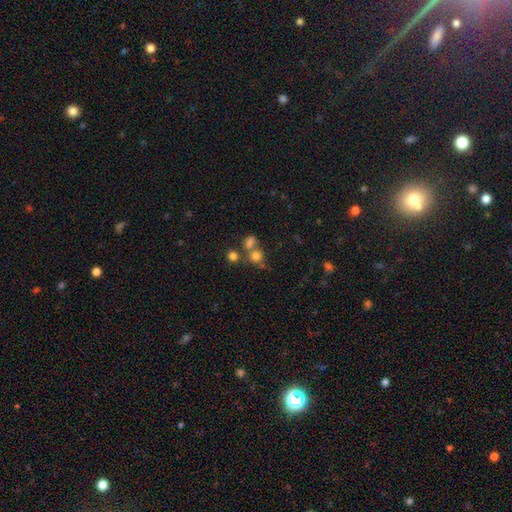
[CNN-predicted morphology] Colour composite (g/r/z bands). It shows a smooth galaxy with no disk features (72%) that is round (82%). Merging: none (51%).